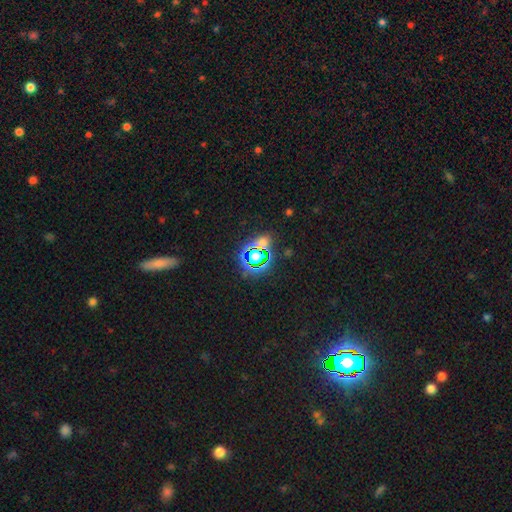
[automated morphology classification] Overall: star or artifact (64%; smooth 26%).